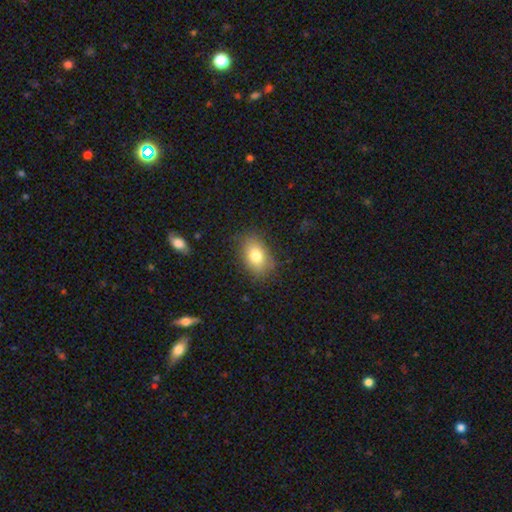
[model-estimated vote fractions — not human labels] This appears to be a smooth galaxy with no disk features (79%) that is in between round and cigar-shaped (82%). Merging: none (82%).